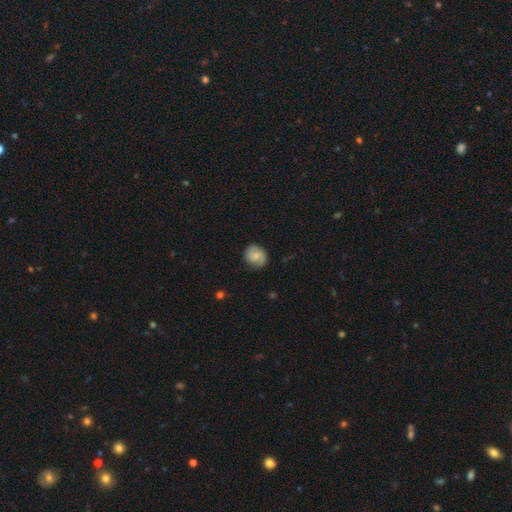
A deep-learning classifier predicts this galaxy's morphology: type=featured or disk (55%); edge-on=no (98%); bar=no (54%); spiral arms=yes (93%); winding=medium (43%); arm count=2 (85%); bulge=small (41%); merging=none (81%).